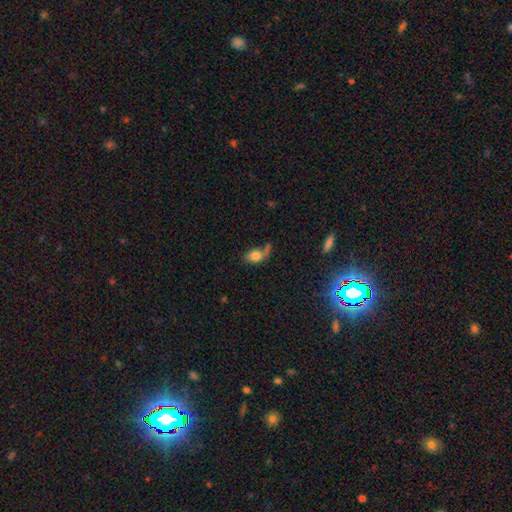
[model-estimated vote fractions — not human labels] smooth_or_featured: smooth (p=0.71) [alt: featured or disk p=0.19]
how_rounded: in between (p=0.75) [alt: round p=0.22]
merging: none (p=0.37) [alt: major disturbance p=0.25]